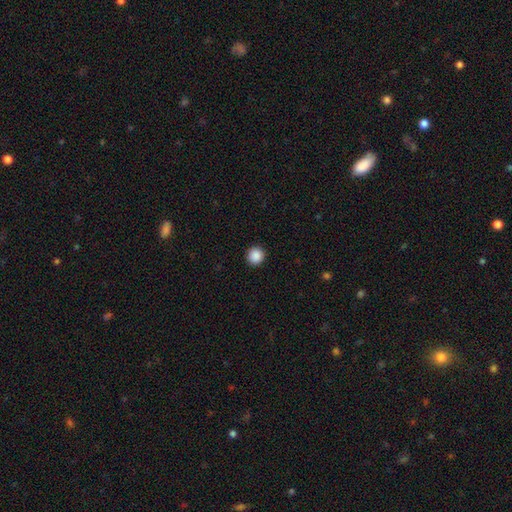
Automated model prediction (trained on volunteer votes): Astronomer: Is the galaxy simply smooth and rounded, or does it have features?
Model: smooth — 89%.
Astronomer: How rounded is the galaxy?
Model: round — 94%.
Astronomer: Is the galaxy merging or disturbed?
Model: none — 93%.